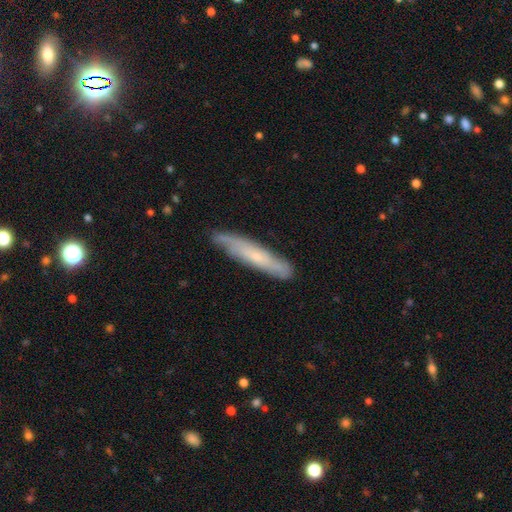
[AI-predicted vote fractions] Smooth or featured?
  - featured or disk: 49% *
  - smooth: 44%
  - star or artifact: 7%
Merging?
  - none: 79% *
  - minor disturbance: 17%
  - major disturbance: 3%
  - merger: 1%